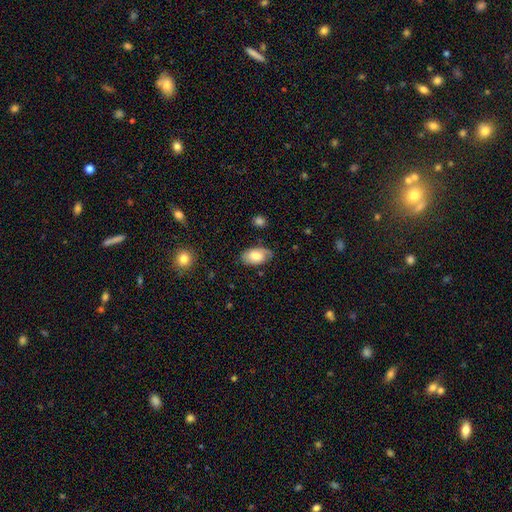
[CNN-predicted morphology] Overall: smooth (67%). How rounded: in between (93%). Merging: none (71%).